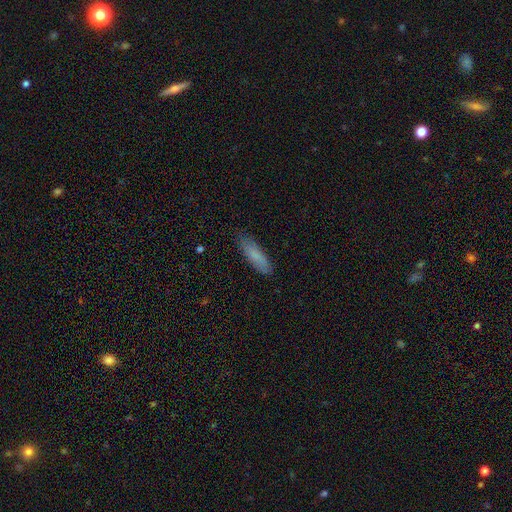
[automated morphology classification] smooth 82%, featured or disk 12%, star or artifact 6%. Down the decision tree: how rounded — cigar-shaped (64%); merging — none (83%).